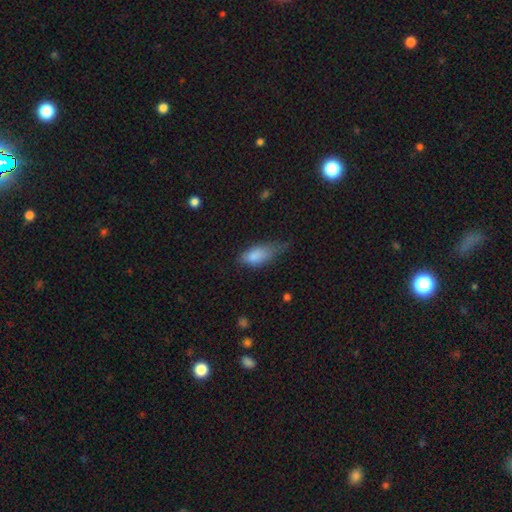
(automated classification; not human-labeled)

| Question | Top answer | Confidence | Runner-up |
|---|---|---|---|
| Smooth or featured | smooth | 82% | featured or disk (10%) |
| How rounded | in between | 86% | cigar-shaped (11%) |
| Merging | minor disturbance | 44% | none (30%) |